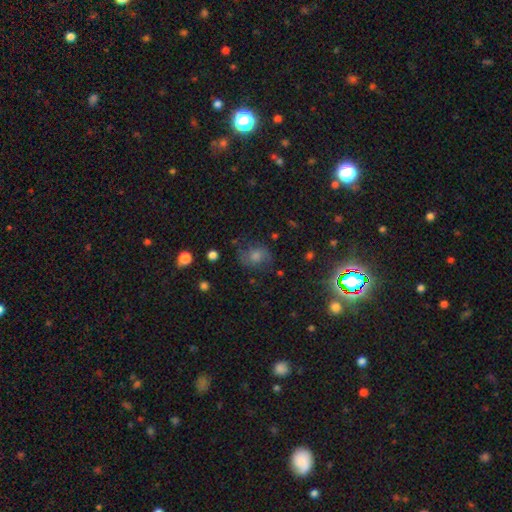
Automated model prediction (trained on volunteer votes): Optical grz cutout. It shows a star or artifact, not a galaxy (34%, tied with featured or disk).